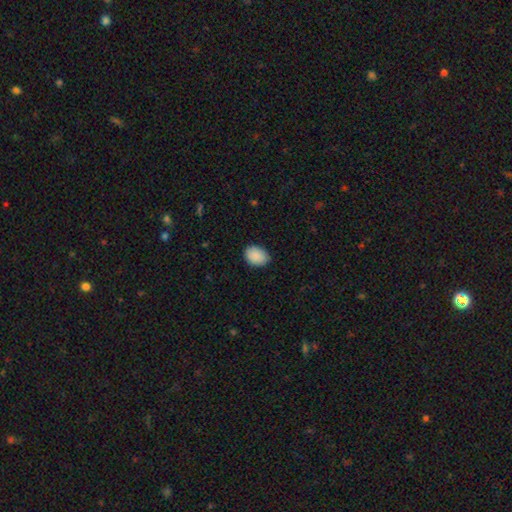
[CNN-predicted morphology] Overall: smooth (90%). How rounded: in between (74%). Merging: none (83%).